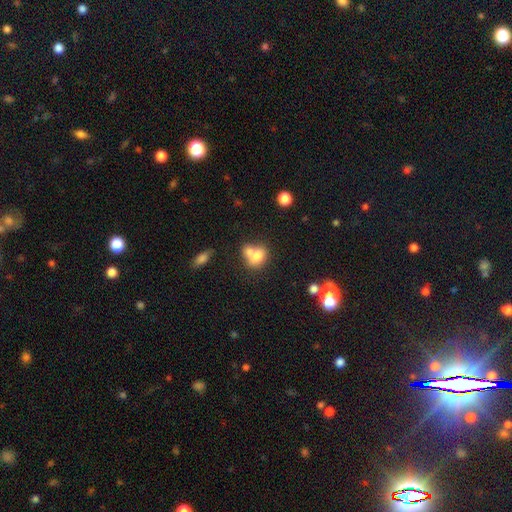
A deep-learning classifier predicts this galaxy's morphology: smooth_or_featured: smooth (p=0.74) [alt: featured or disk p=0.16]
how_rounded: in between (p=0.53) [alt: round p=0.45]
merging: merger (p=0.54) [alt: none p=0.30]